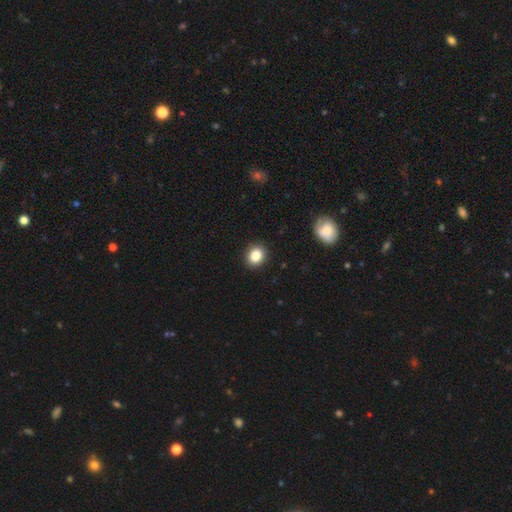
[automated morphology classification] This is clearly a smooth galaxy (85%). How rounded: possibly round (55%). Merging: clearly none (90%).